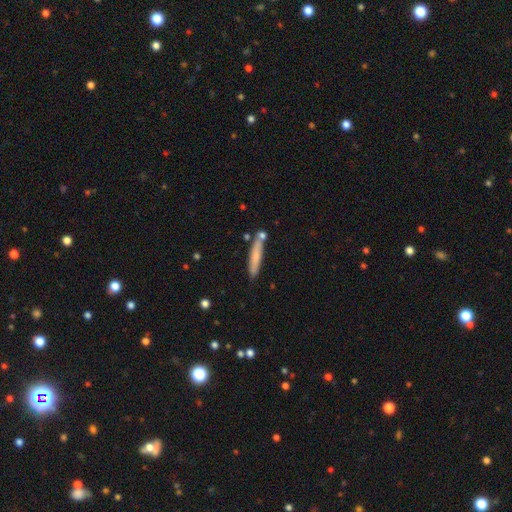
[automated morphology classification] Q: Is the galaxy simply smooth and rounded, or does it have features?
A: smooth — 67%.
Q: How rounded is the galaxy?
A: cigar-shaped — 91%.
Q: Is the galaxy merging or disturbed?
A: none — 73%.